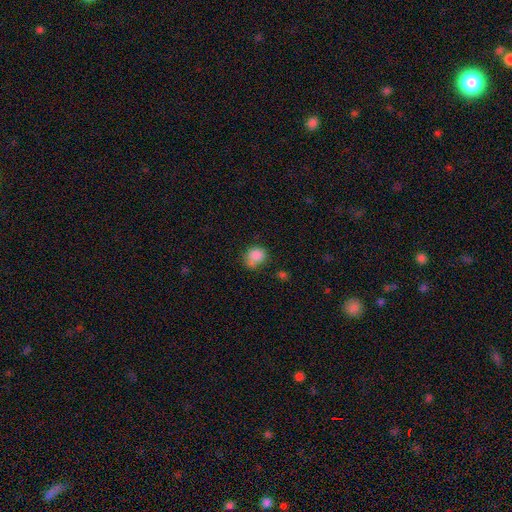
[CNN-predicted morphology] smooth_or_featured: smooth (p=0.84) [alt: star or artifact p=0.10]
how_rounded: round (p=0.60) [alt: in between p=0.39]
merging: none (p=0.52) [alt: minor disturbance p=0.30]